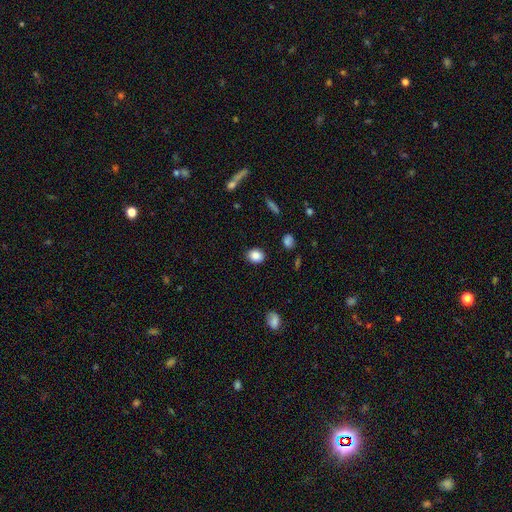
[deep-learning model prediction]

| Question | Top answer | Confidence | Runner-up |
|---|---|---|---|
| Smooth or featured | smooth | 87% | star or artifact (9%) |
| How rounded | round | 50% | in between (49%) |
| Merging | none | 88% | minor disturbance (8%) |